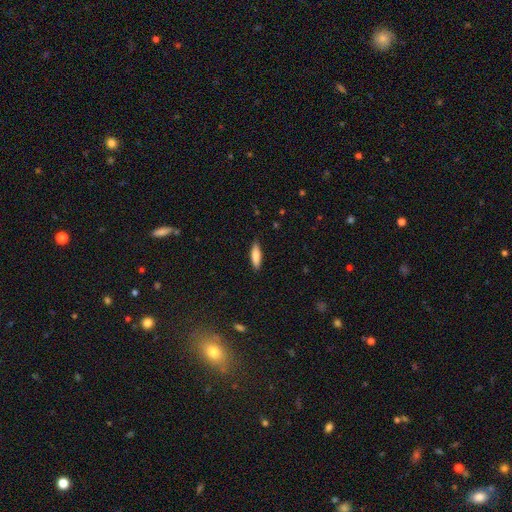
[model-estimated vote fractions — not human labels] A smooth galaxy with no disk features (80%) that is cigar-shaped (56%).

Vote fractions:
- Smooth or featured? smooth: 80% / featured or disk: 14% / star or artifact: 6%
- How rounded? cigar-shaped: 56% / in between: 42% / round: 2%
- Merging? none: 87% / minor disturbance: 10% / major disturbance: 2% / merger: 1%